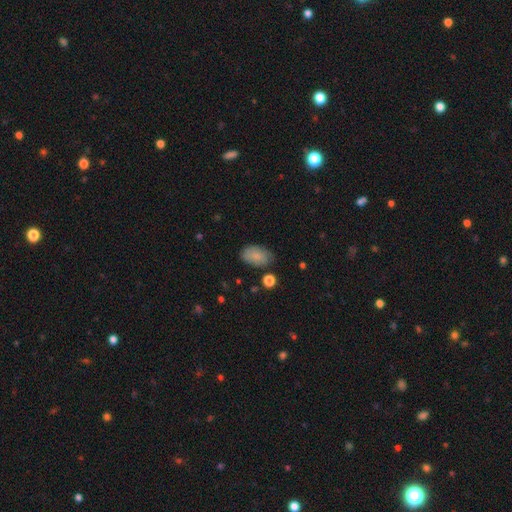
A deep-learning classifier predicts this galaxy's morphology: Smooth or featured? Predicted: smooth (p=0.81). How rounded? Predicted: in between (p=0.91). Merging? Predicted: none (p=0.69).